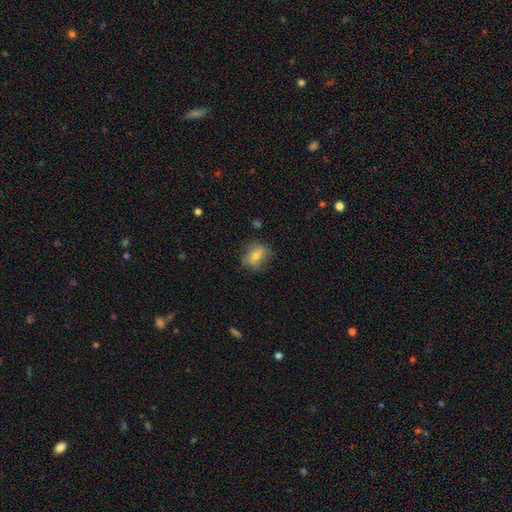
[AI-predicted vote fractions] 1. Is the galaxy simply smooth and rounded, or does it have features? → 65% smooth, 26% featured or disk, 9% star or artifact.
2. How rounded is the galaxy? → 55% in between, 42% round, 3% cigar-shaped.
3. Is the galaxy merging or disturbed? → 69% none, 22% minor disturbance, 8% major disturbance, 2% merger.